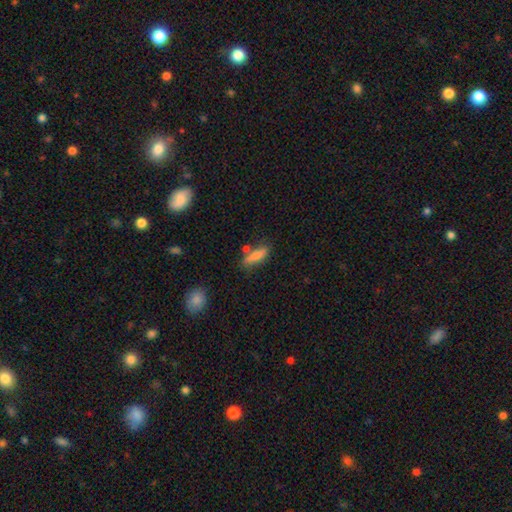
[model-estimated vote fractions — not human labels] Smooth or featured? Predicted: smooth (p=0.78). How rounded? Predicted: cigar-shaped (p=0.62). Merging? Predicted: none (p=0.65).